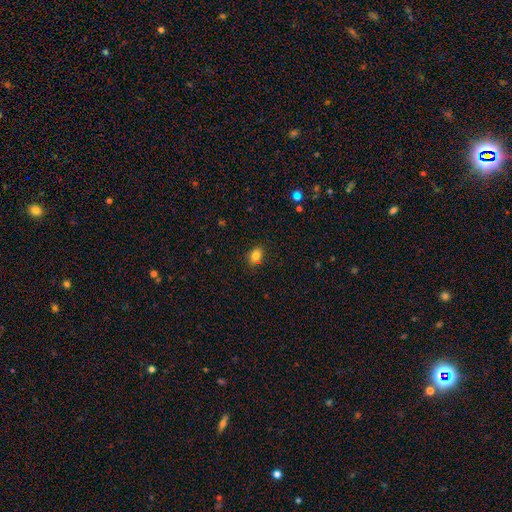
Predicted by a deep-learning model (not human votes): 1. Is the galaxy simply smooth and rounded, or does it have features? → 81% smooth, 12% star or artifact, 7% featured or disk.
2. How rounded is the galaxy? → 63% in between, 35% round, 1% cigar-shaped.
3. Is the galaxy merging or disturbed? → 81% none, 14% minor disturbance, 3% merger, 3% major disturbance.